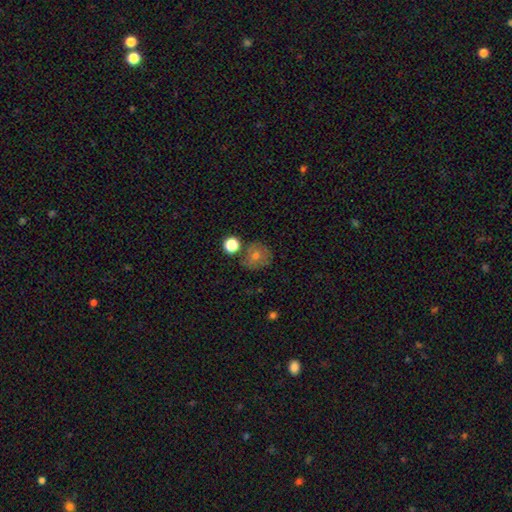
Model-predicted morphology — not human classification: This is likely a smooth galaxy (62%). How rounded: clearly round (87%). Merging: likely none (71%).